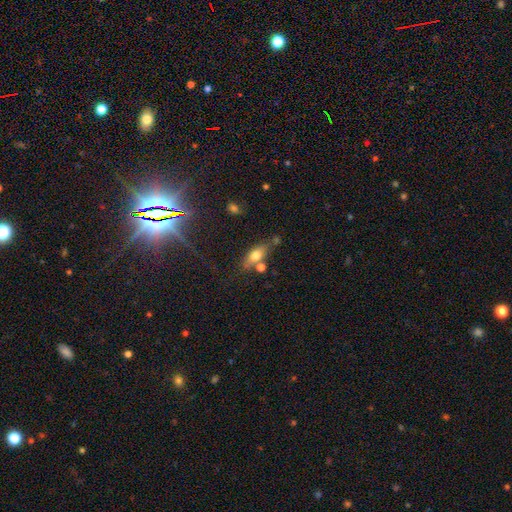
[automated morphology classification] smooth 67%, featured or disk 25%, star or artifact 9%. Down the decision tree: how rounded — in between (71%); merging — none (61%).